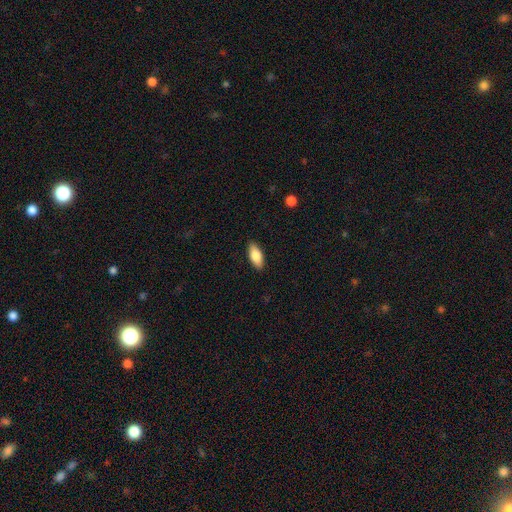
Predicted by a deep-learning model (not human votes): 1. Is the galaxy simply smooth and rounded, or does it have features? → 80% smooth, 14% featured or disk, 6% star or artifact.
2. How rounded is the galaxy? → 84% in between, 14% cigar-shaped, 2% round.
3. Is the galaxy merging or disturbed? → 89% none, 8% minor disturbance, 2% major disturbance, 1% merger.